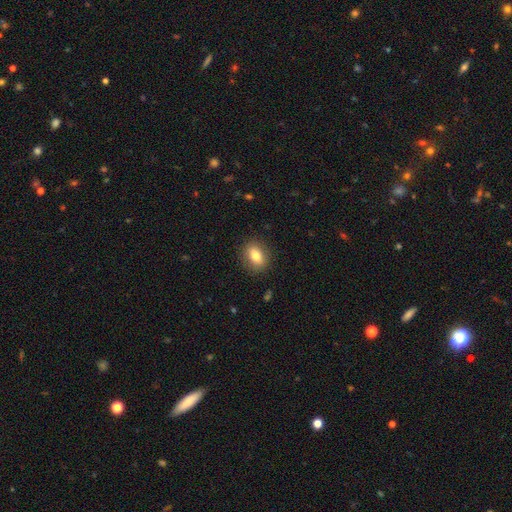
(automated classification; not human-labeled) Q: Smooth or featured?
A: smooth (78%); runner-up: featured or disk (13%)
Q: How rounded?
A: in between (63%); runner-up: round (35%)
Q: Merging?
A: none (87%); runner-up: minor disturbance (9%)